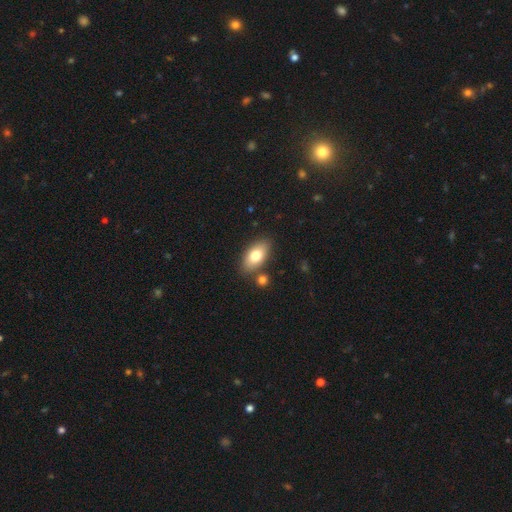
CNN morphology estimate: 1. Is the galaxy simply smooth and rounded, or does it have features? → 76% smooth, 17% featured or disk, 7% star or artifact.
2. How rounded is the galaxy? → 91% in between, 5% round, 4% cigar-shaped.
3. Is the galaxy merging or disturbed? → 78% none, 11% minor disturbance, 8% merger, 3% major disturbance.